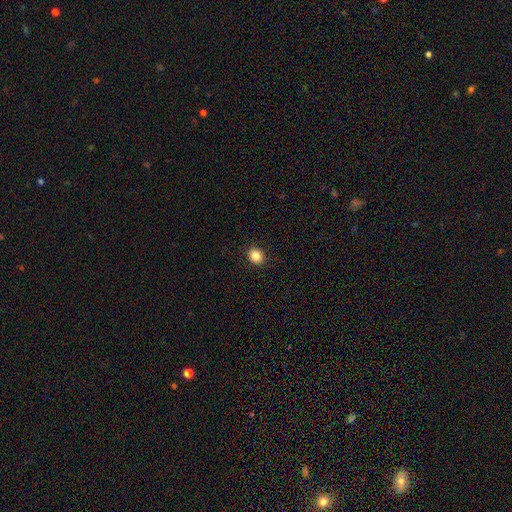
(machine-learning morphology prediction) This appears to be a smooth galaxy with no disk features (85%) that is round (70%). Merging: none (92%).